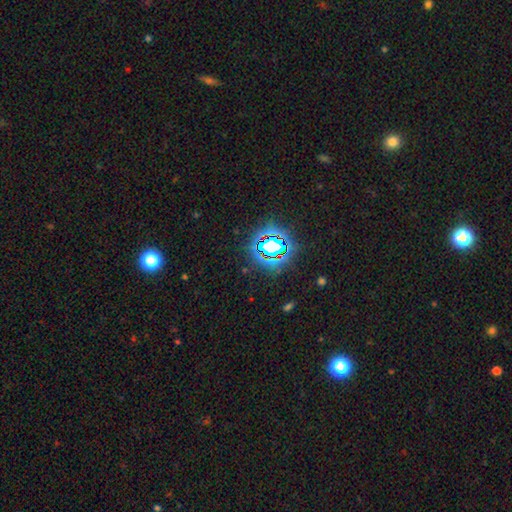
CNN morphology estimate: smooth_or_featured: star or artifact (p=0.80) [alt: smooth p=0.13]